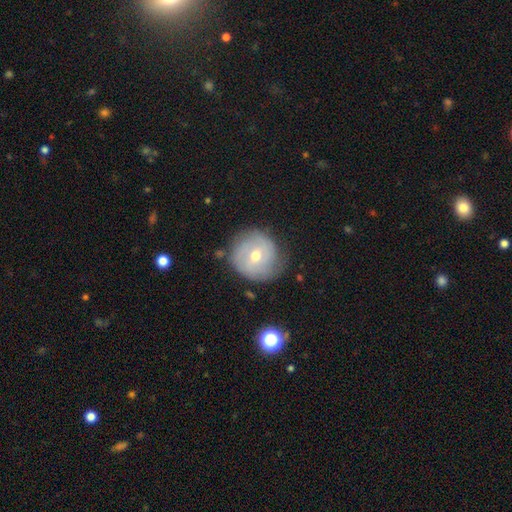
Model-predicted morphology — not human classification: A featured or disk galaxy (57%) with no bar (53%), spiral arms (75%) and a moderate central bulge (62%).

Vote fractions:
- Smooth or featured? featured or disk: 57% / smooth: 35% / star or artifact: 8%
- Edge-on disk? no: 97% / yes: 3%
- Bar? no: 53% / weak: 39% / strong: 8%
- Spiral arms? yes: 75% / no: 25%
- Bulge size? moderate: 62% / small: 35% / large: 2% / none: 1% / dominant: 1%
- Merging? none: 71% / minor disturbance: 20% / major disturbance: 6% / merger: 2%